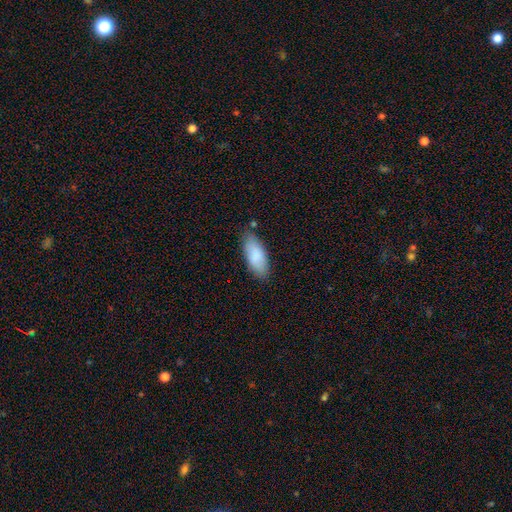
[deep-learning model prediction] This is clearly a smooth galaxy (85%). How rounded: clearly in between (83%). Merging: likely none (78%).